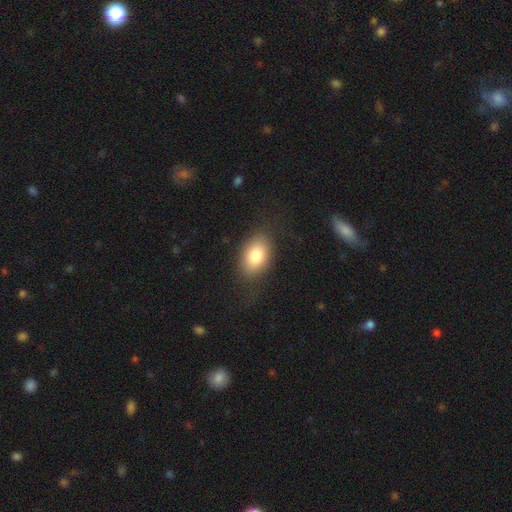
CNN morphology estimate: Q: Smooth or featured?
A: smooth (80%); runner-up: featured or disk (12%)
Q: How rounded?
A: in between (86%); runner-up: round (12%)
Q: Merging?
A: none (77%); runner-up: minor disturbance (15%)